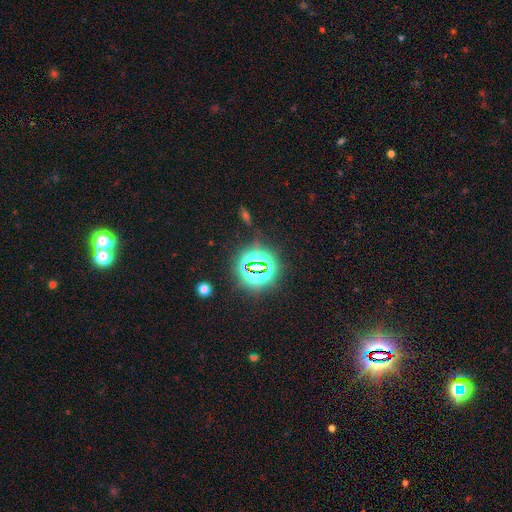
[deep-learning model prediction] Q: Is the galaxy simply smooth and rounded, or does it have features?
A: star or artifact — 78%.